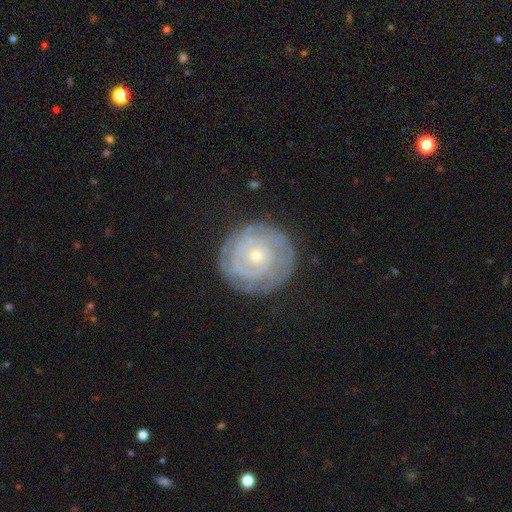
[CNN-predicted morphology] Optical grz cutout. It shows a featured or disk galaxy (76%) with no bar (85%), tight (85%) spiral arms (85%) and a small central bulge (78%). Merging: none (79%).